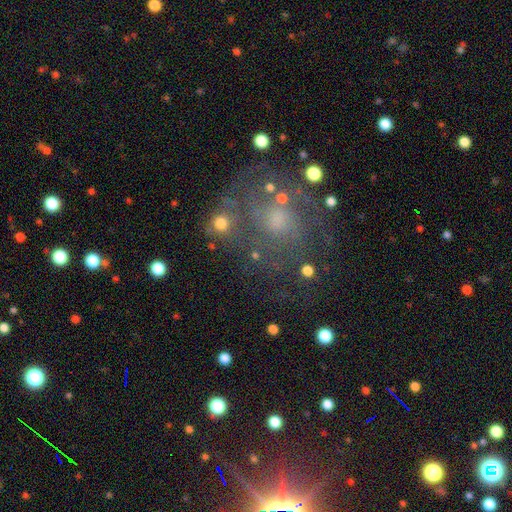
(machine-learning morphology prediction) Smooth or featured: featured or disk — 51% (smooth — 31%)
Edge-on disk: no — 96% (yes — 4%)
Merging: none — 66% (minor disturbance — 16%)